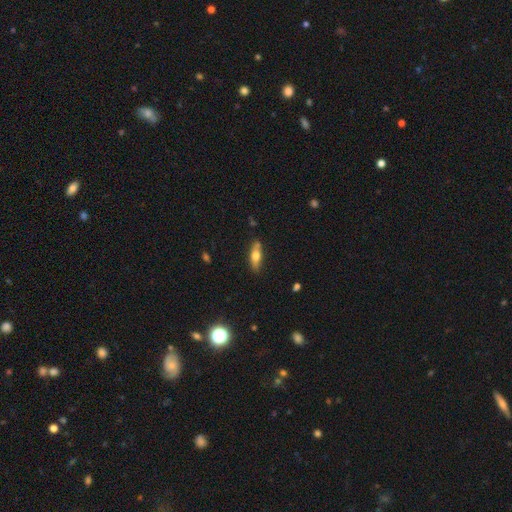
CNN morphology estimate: This appears to be a smooth galaxy with no disk features (56%) that is cigar-shaped (52%). Merging: none (81%).